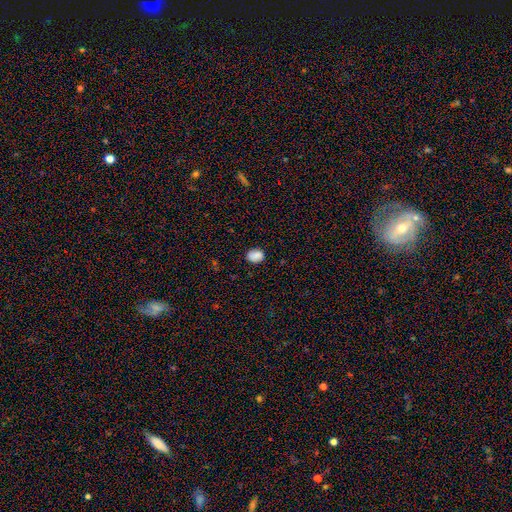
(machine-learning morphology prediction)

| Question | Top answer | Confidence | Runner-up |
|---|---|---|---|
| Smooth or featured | smooth | 87% | star or artifact (9%) |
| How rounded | in between | 57% | round (42%) |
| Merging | none | 82% | minor disturbance (14%) |